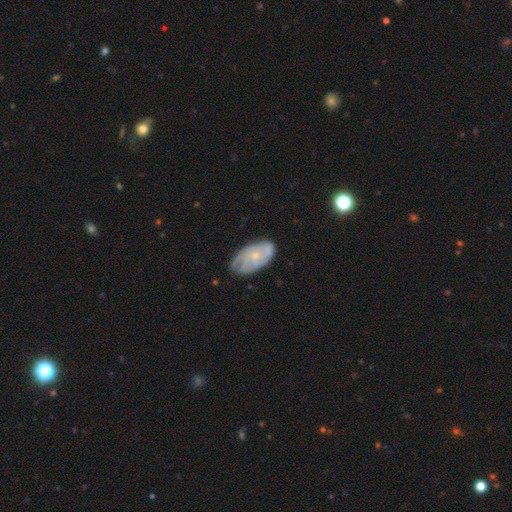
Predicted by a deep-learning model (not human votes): Smooth or featured? Predicted: featured or disk (p=0.60). Edge-on disk? Predicted: no (p=0.95). Bar? Predicted: no (p=0.82). Spiral arms? Predicted: yes (p=0.71). Bulge size? Predicted: small (p=0.68). Merging? Predicted: none (p=0.58).